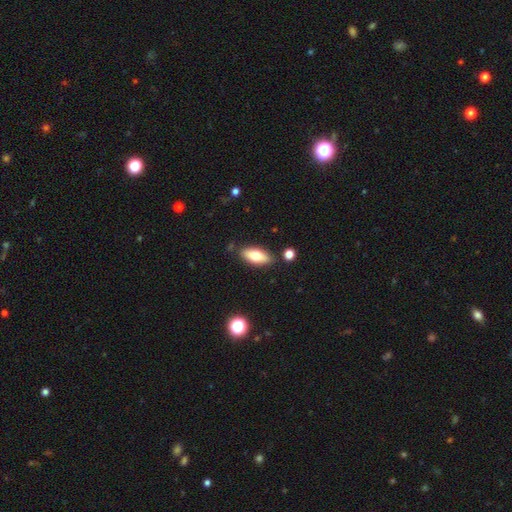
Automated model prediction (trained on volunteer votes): Smooth or featured?
  - smooth: 73% *
  - featured or disk: 20%
  - star or artifact: 7%
How rounded?
  - in between: 80% *
  - cigar-shaped: 17%
  - round: 3%
Merging?
  - none: 84% *
  - minor disturbance: 10%
  - merger: 4%
  - major disturbance: 2%